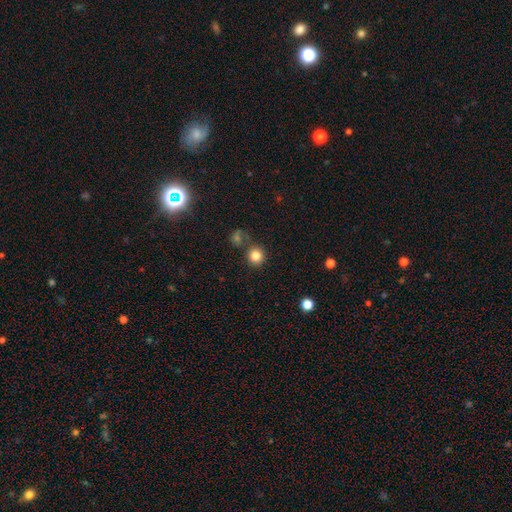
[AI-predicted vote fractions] Smooth or featured? smooth (83%)
How rounded? round (92%)
Merging? none (76%)